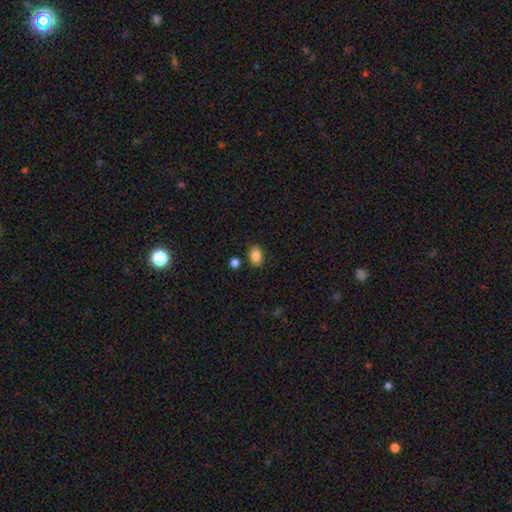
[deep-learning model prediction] The model was most divided on "how rounded": in between: 78%, round: 20%, cigar-shaped: 1%. More confident: smooth or featured — smooth (86%); merging — none (83%).